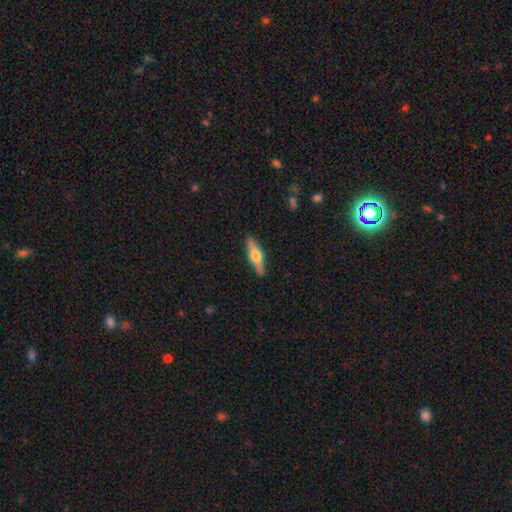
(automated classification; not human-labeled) Smooth or featured? featured or disk (53%)
Edge-on disk? yes (94%)
Merging? none (90%)